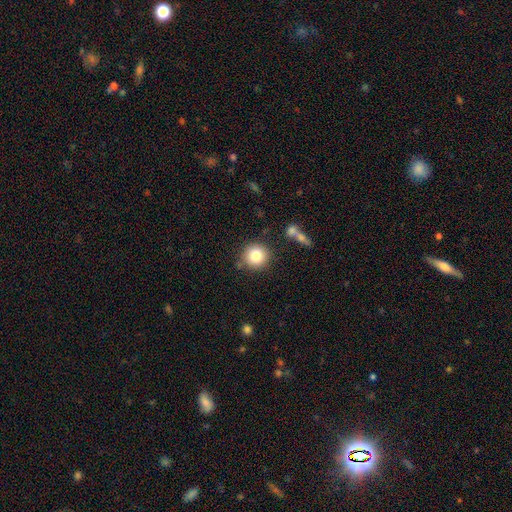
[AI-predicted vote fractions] A smooth galaxy with no disk features (82%) that is round (92%).

Vote fractions:
- Smooth or featured? smooth: 82% / star or artifact: 10% / featured or disk: 8%
- How rounded? round: 92% / in between: 7% / cigar-shaped: 1%
- Merging? none: 82% / minor disturbance: 10% / merger: 5% / major disturbance: 3%